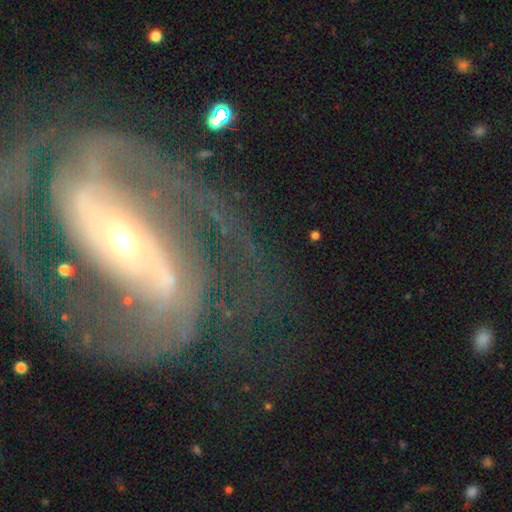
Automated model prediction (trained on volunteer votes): Overall: featured or disk (88%). Edge-on disk: no (96%). Bar: strong (48%; weak 29%). Spiral arms: yes (95%). Spiral arm count: 2 (85%). Spiral winding: medium (49%; loose 28%). Bulge size: small (51%; moderate 43%). Merging: none (60%; major disturbance 20%).